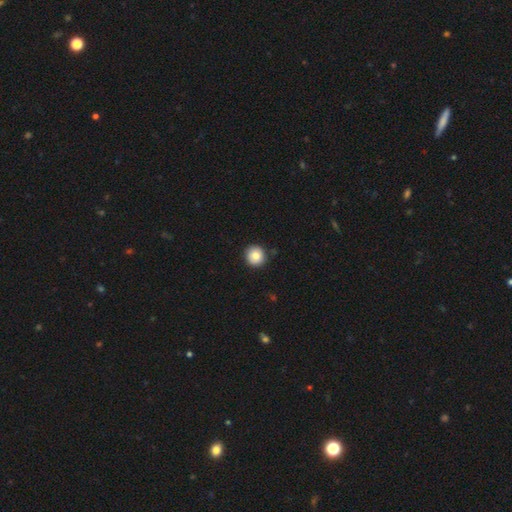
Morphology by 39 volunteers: A smooth galaxy with no disk features (79%) that is round (100%). Merging: none (97%).